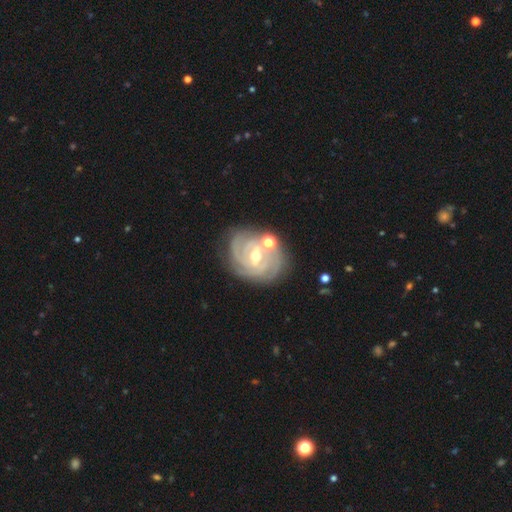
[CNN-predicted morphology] Smooth or featured? Predicted: featured or disk (p=0.87). Edge-on disk? Predicted: no (p=0.97). Bar? Predicted: weak (p=0.49). Spiral arms? Predicted: yes (p=0.97). Spiral winding? Predicted: tight (p=0.77). Spiral arm count? Predicted: 3 (p=0.34). Bulge size? Predicted: moderate (p=0.64). Merging? Predicted: none (p=0.72).